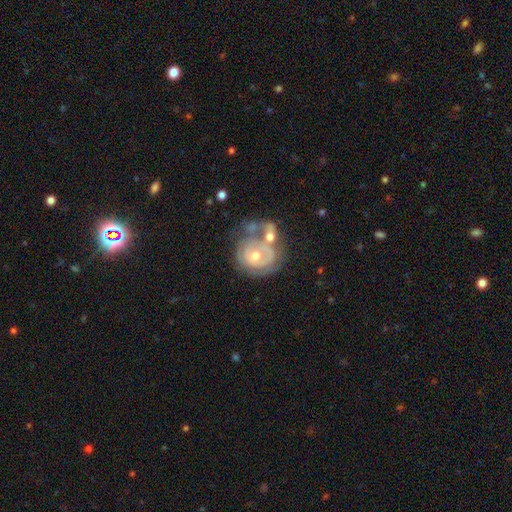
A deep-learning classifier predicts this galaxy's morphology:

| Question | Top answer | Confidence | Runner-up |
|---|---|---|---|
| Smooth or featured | featured or disk | 71% | smooth (22%) |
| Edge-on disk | no | 97% | yes (3%) |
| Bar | no | 75% | weak (20%) |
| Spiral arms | yes | 64% | no (36%) |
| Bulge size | moderate | 65% | small (30%) |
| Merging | merger | 36% | none (34%) |